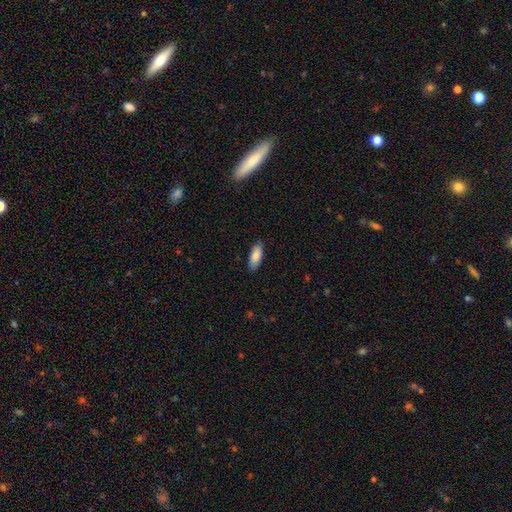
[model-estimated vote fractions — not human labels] The model was most divided on "how rounded": in between: 76%, cigar-shaped: 22%, round: 2%. More confident: smooth or featured — smooth (87%); merging — none (84%).